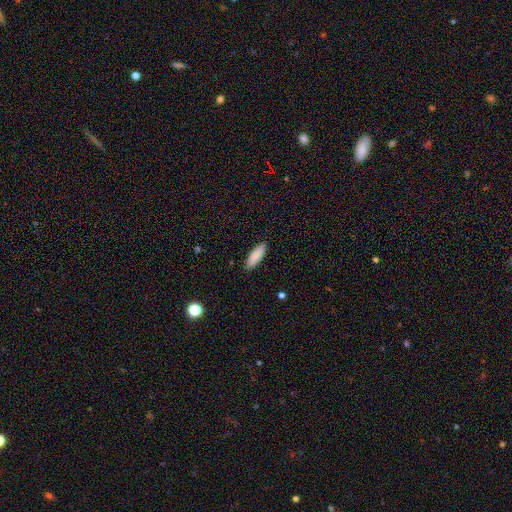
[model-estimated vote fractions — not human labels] Overall: smooth (88%). How rounded: in between (53%; cigar-shaped 45%). Merging: none (89%).